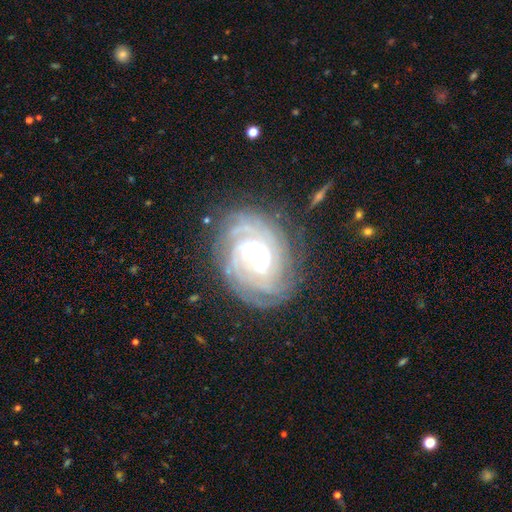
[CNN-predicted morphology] Q: Smooth or featured?
A: featured or disk (90%); runner-up: smooth (5%)
Q: Edge-on disk?
A: no (97%); runner-up: yes (3%)
Q: Bar?
A: weak (43%); runner-up: no (35%)
Q: Spiral arms?
A: yes (97%); runner-up: no (3%)
Q: Spiral winding?
A: tight (81%); runner-up: medium (16%)
Q: Spiral arm count?
A: can't tell (26%); runner-up: 3 (21%)
Q: Bulge size?
A: moderate (66%); runner-up: small (20%)
Q: Merging?
A: none (78%); runner-up: minor disturbance (15%)